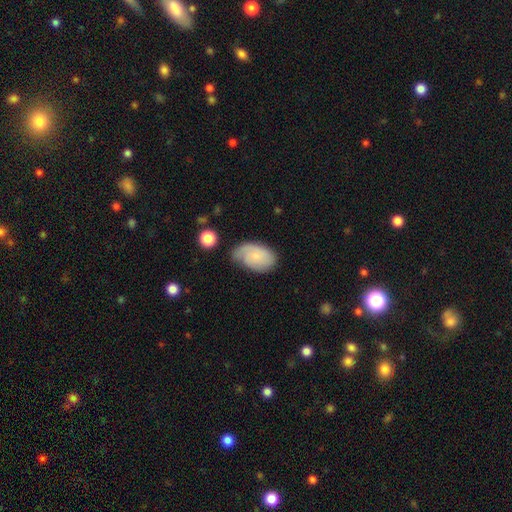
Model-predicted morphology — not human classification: smooth 54%, featured or disk 39%, star or artifact 7%. Down the decision tree: how rounded — in between (90%); merging — none (53%).